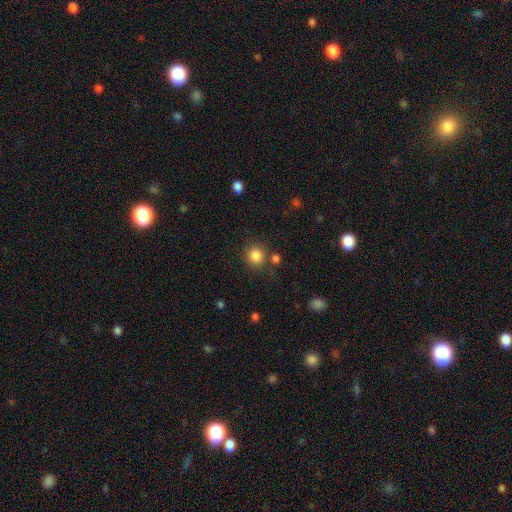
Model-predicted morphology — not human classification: smooth-or-featured: smooth: 85% | star or artifact: 11% | featured or disk: 4%
  how-rounded: round: 86% | in between: 13% | cigar-shaped: 1%
  merging: none: 80% | minor disturbance: 9% | merger: 7% | major disturbance: 4%